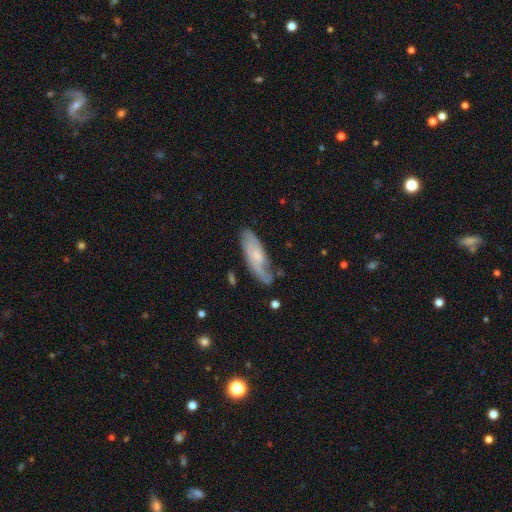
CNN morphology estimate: This appears to be a featured or disk galaxy (58%). Merging: none (61%).